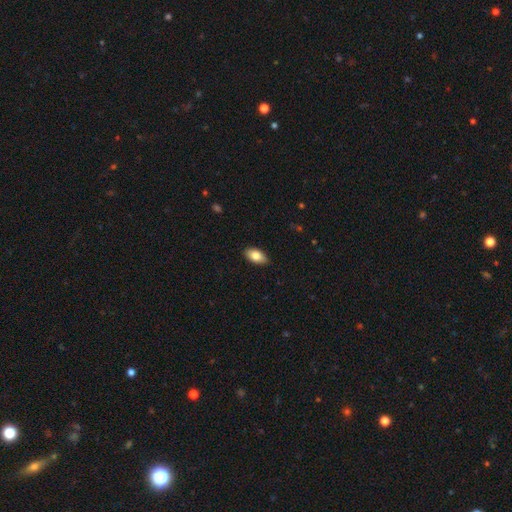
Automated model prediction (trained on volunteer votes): This is clearly a smooth galaxy (83%). How rounded: clearly in between (93%). Merging: clearly none (88%).